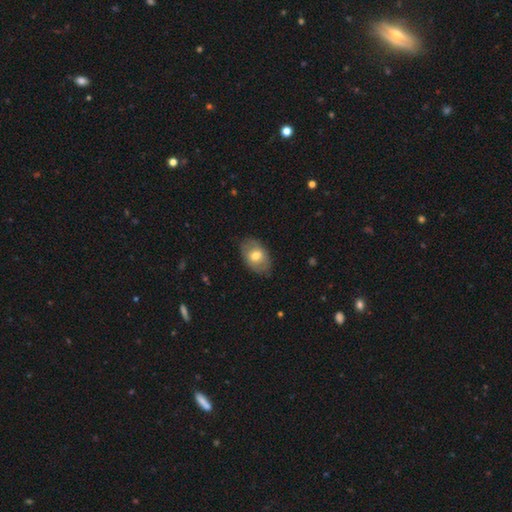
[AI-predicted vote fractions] smooth_or_featured: smooth (p=0.65) [alt: featured or disk p=0.29]
how_rounded: in between (p=0.85) [alt: round p=0.14]
merging: none (p=0.79) [alt: minor disturbance p=0.16]